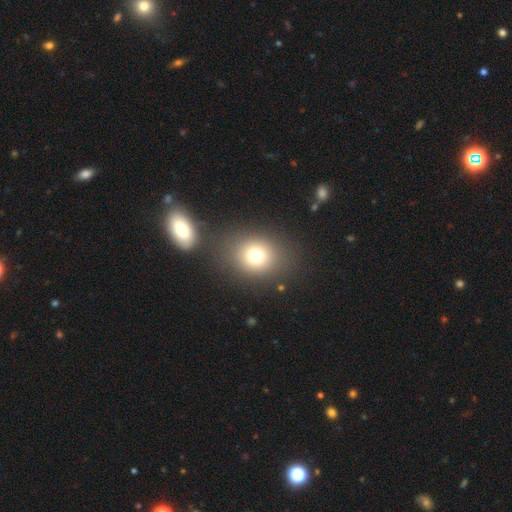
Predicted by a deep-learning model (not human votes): smooth_or_featured: smooth (p=0.75) [alt: star or artifact p=0.14]
how_rounded: round (p=0.64) [alt: in between p=0.35]
merging: none (p=0.75) [alt: minor disturbance p=0.10]